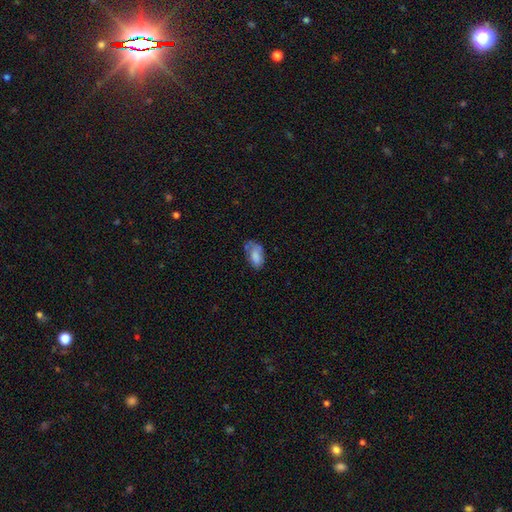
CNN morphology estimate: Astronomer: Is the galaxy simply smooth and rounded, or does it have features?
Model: smooth — 72%.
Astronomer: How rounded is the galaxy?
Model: in between — 92%.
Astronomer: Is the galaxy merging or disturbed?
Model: none — 44% (runner-up: minor disturbance, 35%).